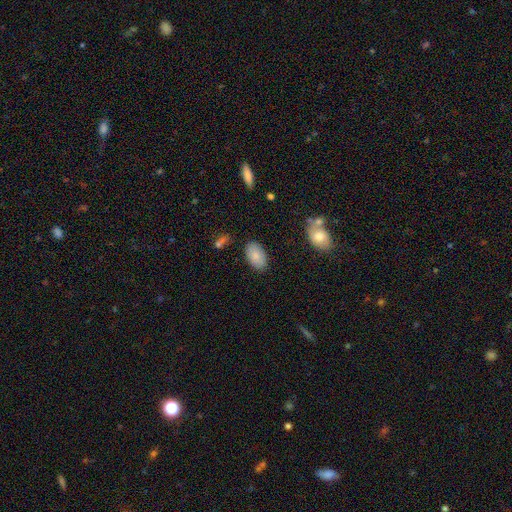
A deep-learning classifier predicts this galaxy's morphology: type=smooth (83%); roundness=in between (94%); merging=none (84%).